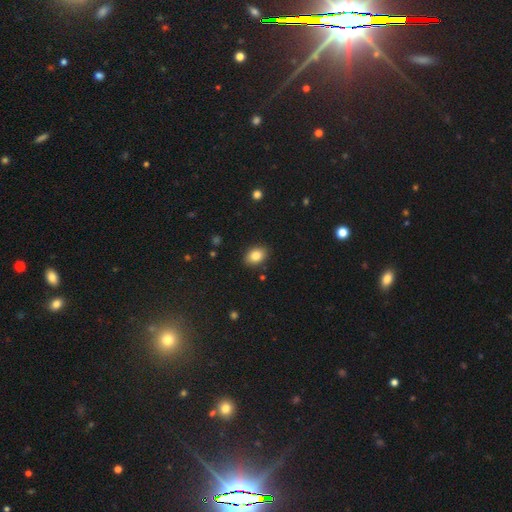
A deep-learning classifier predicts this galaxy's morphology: A smooth galaxy with no disk features (84%) that is in between round and cigar-shaped (78%).

Vote fractions:
- Smooth or featured? smooth: 84% / star or artifact: 9% / featured or disk: 7%
- How rounded? in between: 78% / round: 21% / cigar-shaped: 1%
- Merging? none: 88% / minor disturbance: 9% / major disturbance: 2% / merger: 1%